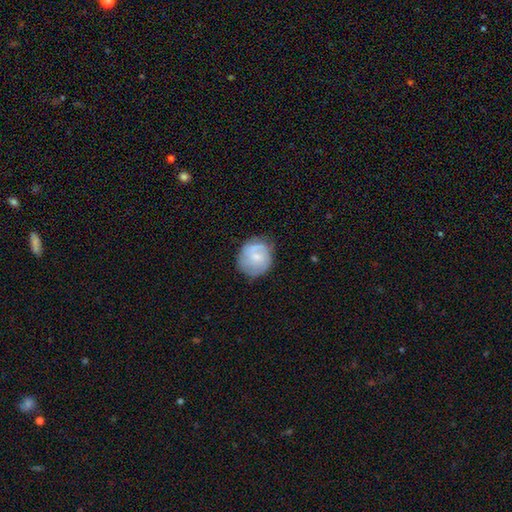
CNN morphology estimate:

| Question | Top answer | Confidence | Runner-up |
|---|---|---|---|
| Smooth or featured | smooth | 47% | featured or disk (46%) |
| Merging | none | 65% | minor disturbance (24%) |